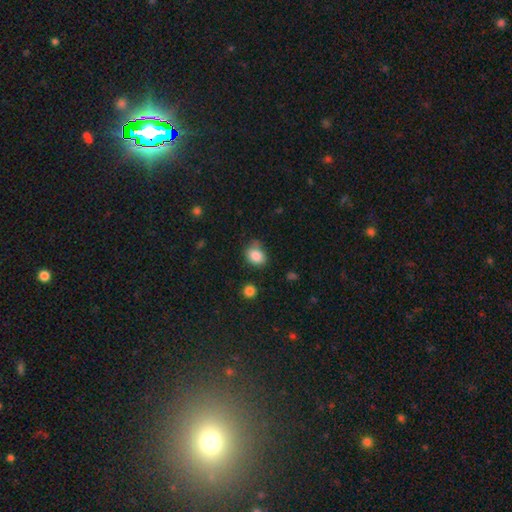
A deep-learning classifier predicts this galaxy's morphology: smooth-or-featured: smooth: 85% | star or artifact: 10% | featured or disk: 6%
  how-rounded: in between: 58% | round: 41% | cigar-shaped: 1%
  merging: none: 62% | minor disturbance: 26% | major disturbance: 7% | merger: 6%